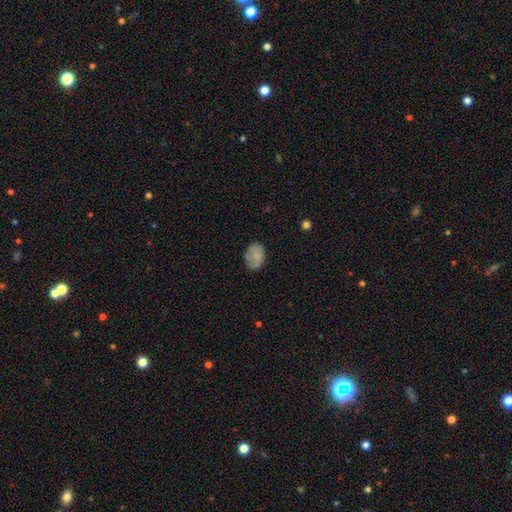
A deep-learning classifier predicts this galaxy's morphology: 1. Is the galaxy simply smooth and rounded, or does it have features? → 75% smooth, 17% featured or disk, 8% star or artifact.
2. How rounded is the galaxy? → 77% in between, 22% round, 1% cigar-shaped.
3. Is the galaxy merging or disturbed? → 72% none, 21% minor disturbance, 6% major disturbance, 1% merger.